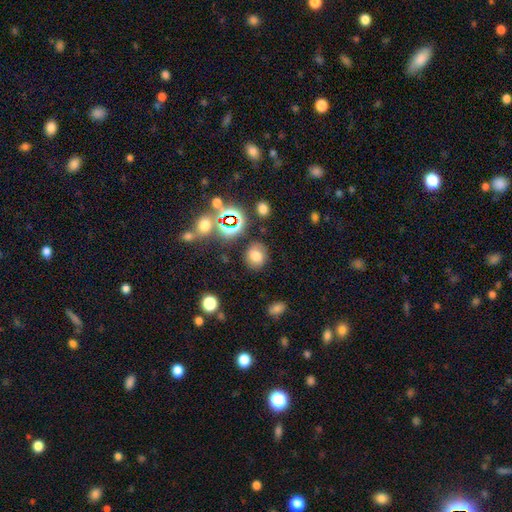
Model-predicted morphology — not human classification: The model was most divided on "how rounded": round: 67%, in between: 32%, cigar-shaped: 1%. More confident: merging — none (79%); smooth or featured — smooth (70%).